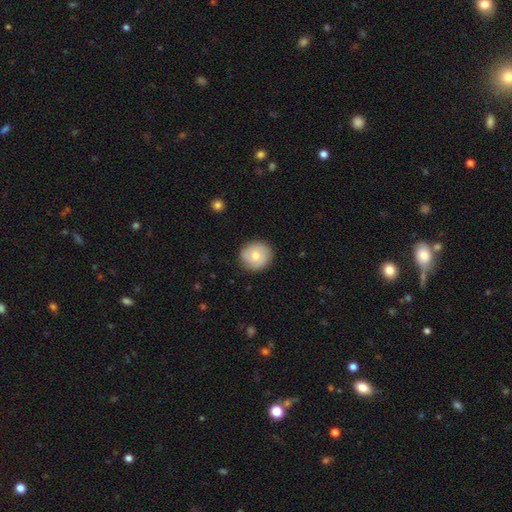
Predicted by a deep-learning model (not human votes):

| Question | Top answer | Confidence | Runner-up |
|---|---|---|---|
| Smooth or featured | smooth | 64% | featured or disk (29%) |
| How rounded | round | 89% | in between (10%) |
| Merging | none | 86% | minor disturbance (10%) |